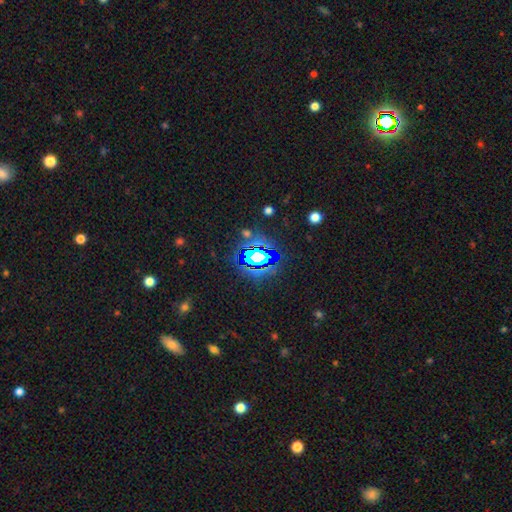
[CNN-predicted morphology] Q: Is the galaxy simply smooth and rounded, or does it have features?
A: star or artifact — 68%.